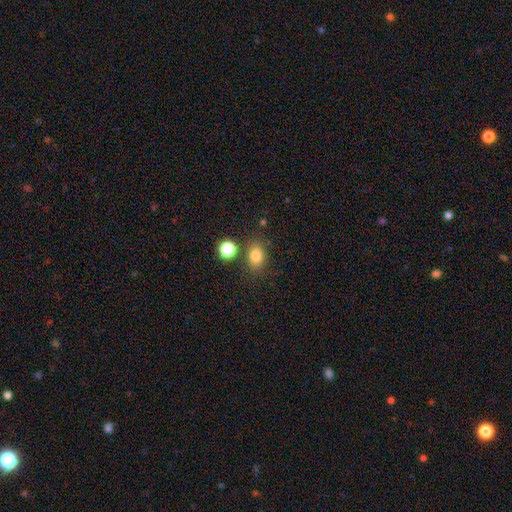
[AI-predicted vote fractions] smooth-or-featured: smooth: 80% | star or artifact: 12% | featured or disk: 7%
  how-rounded: in between: 63% | round: 35% | cigar-shaped: 1%
  merging: none: 76% | minor disturbance: 12% | merger: 8% | major disturbance: 4%